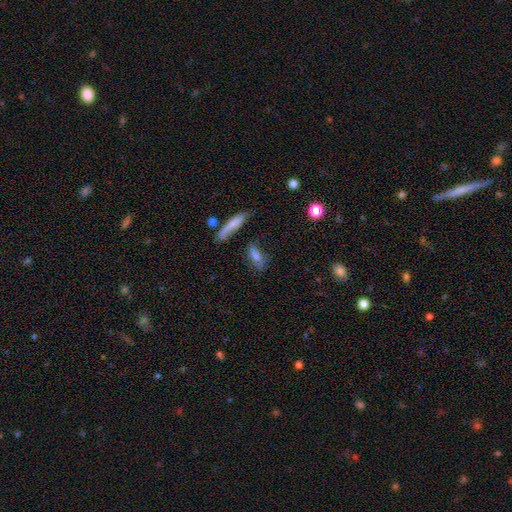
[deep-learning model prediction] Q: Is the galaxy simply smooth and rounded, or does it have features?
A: smooth — 70%.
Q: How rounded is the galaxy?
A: in between — 57%.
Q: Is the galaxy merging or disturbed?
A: none — 63%.